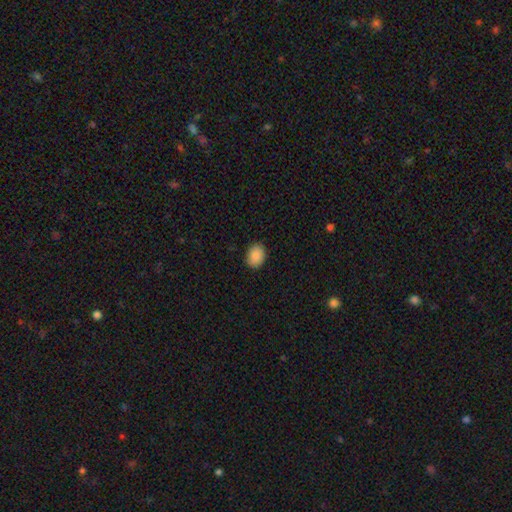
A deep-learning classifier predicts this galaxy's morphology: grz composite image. It shows a smooth galaxy with no disk features (89%) that is in between round and cigar-shaped (68%). Merging: none (89%).